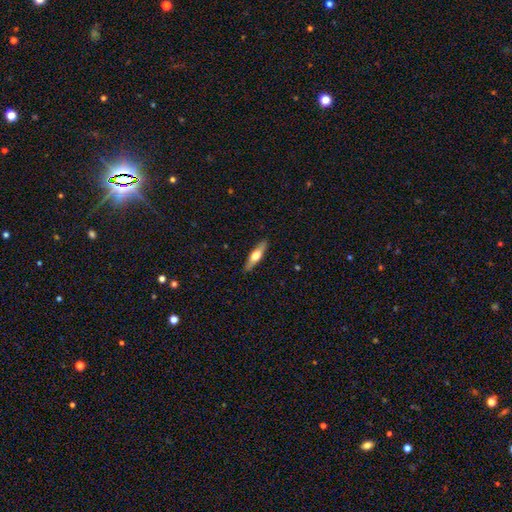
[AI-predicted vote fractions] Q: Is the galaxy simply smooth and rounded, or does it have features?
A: featured or disk — 50%.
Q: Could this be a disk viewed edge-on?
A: yes — 92%.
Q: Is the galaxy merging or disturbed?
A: none — 89%.